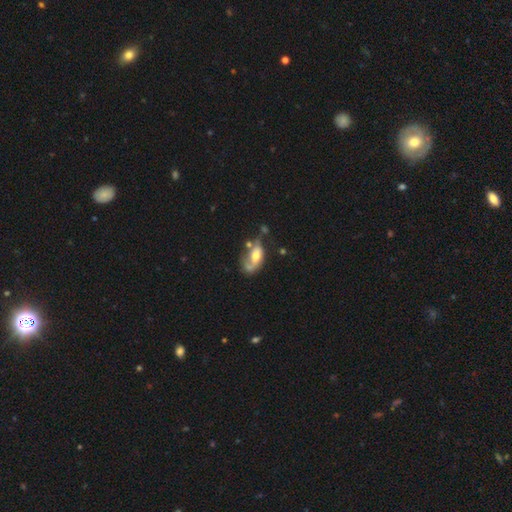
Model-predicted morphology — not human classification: Smooth or featured?
  - featured or disk: 49% *
  - smooth: 44%
  - star or artifact: 8%
Merging?
  - none: 31% *
  - major disturbance: 24%
  - minor disturbance: 23%
  - merger: 22%